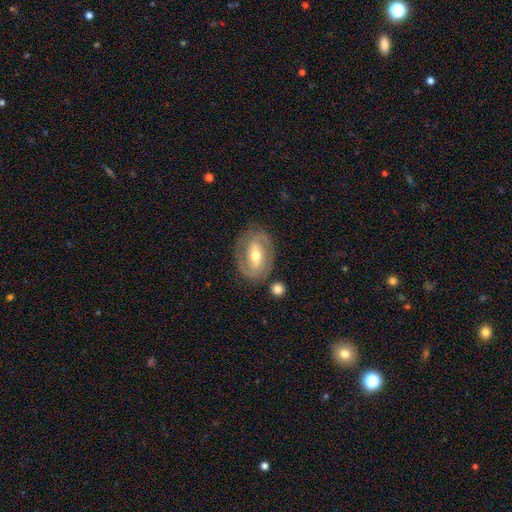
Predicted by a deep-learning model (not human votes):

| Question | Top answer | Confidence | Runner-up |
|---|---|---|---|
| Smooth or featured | featured or disk | 75% | smooth (19%) |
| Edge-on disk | no | 94% | yes (6%) |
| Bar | strong | 42% | weak (37%) |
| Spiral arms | yes | 75% | no (25%) |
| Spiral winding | tight | 53% | medium (35%) |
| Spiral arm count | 2 | 74% | can't tell (15%) |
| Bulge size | moderate | 69% | small (23%) |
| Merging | none | 76% | minor disturbance (15%) |